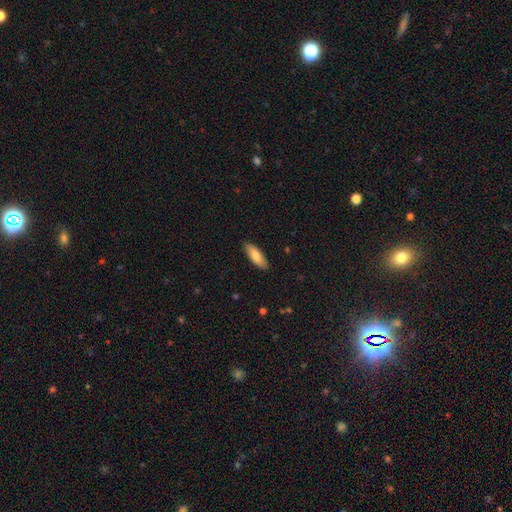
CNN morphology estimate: Overall: smooth (83%). How rounded: in between (65%; cigar-shaped 34%). Merging: none (89%).